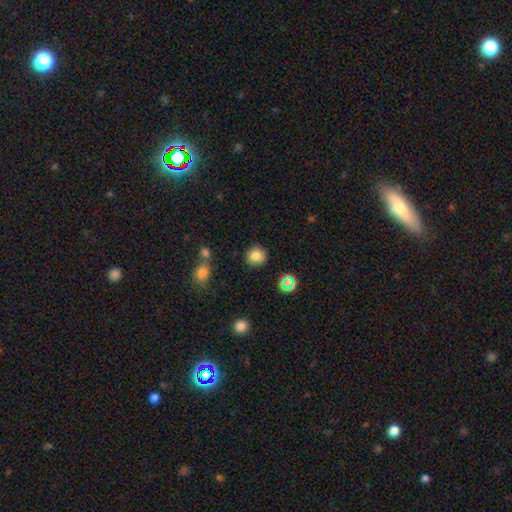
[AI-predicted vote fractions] Q: Smooth or featured?
A: smooth (81%); runner-up: star or artifact (13%)
Q: How rounded?
A: round (89%); runner-up: in between (10%)
Q: Merging?
A: none (85%); runner-up: minor disturbance (9%)